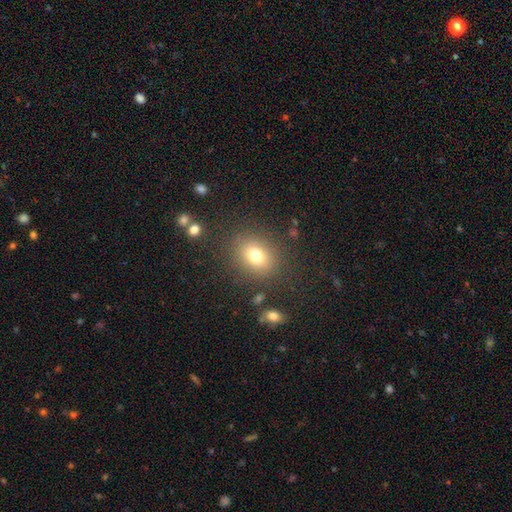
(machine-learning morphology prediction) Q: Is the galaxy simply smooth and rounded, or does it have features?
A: smooth — 76%.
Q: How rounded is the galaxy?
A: round — 54%.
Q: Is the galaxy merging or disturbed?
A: none — 84%.